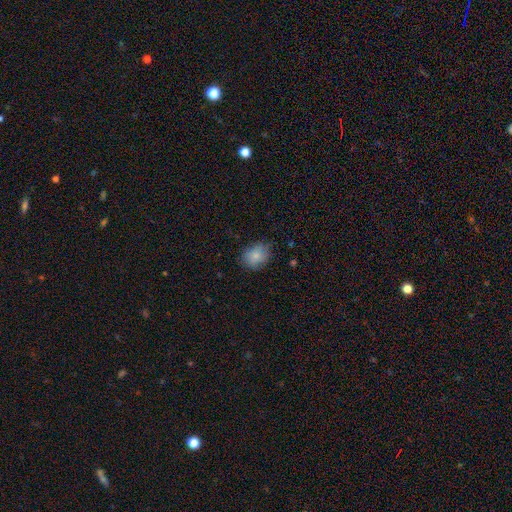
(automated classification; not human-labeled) smooth-or-featured: smooth: 82% | featured or disk: 10% | star or artifact: 9%
  how-rounded: in between: 53% | round: 46% | cigar-shaped: 1%
  merging: none: 73% | minor disturbance: 21% | major disturbance: 4% | merger: 1%